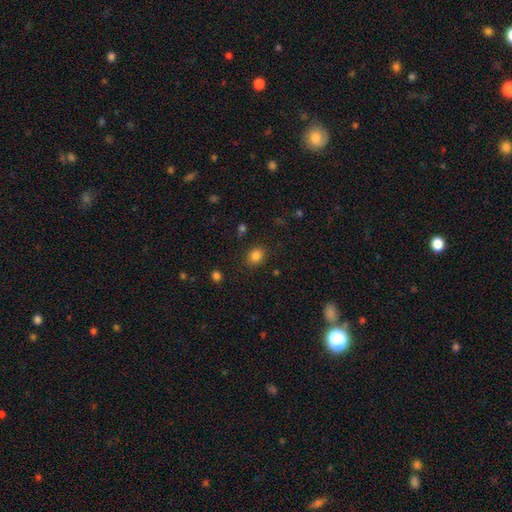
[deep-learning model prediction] This is clearly a smooth galaxy (83%). How rounded: possibly round (53%). Merging: clearly none (85%).